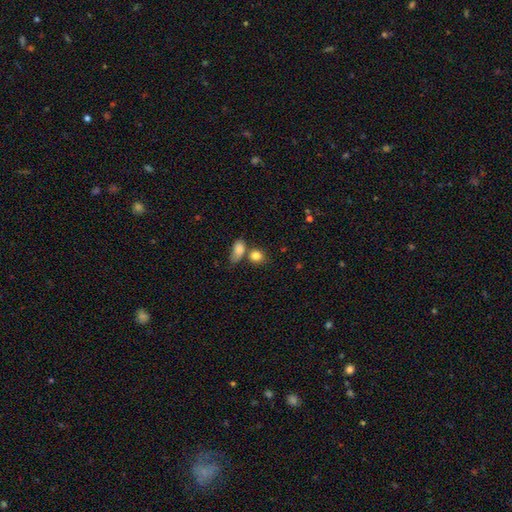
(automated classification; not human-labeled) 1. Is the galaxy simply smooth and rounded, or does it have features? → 83% smooth, 9% star or artifact, 7% featured or disk.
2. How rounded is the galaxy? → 57% round, 40% in between, 2% cigar-shaped.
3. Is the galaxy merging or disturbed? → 50% none, 32% merger, 13% minor disturbance, 6% major disturbance.